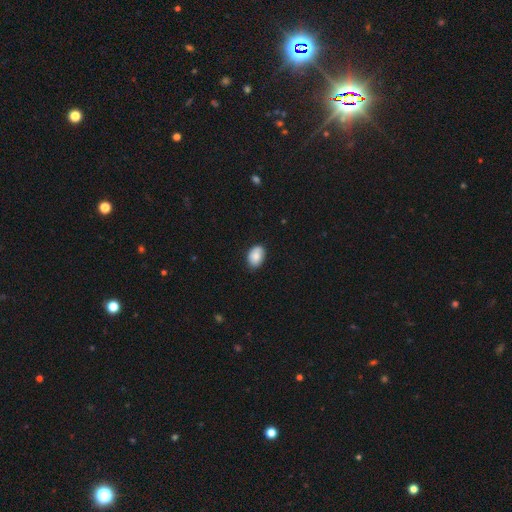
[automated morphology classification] smooth 83%, featured or disk 9%, star or artifact 7%. Down the decision tree: how rounded — in between (83%); merging — none (81%).